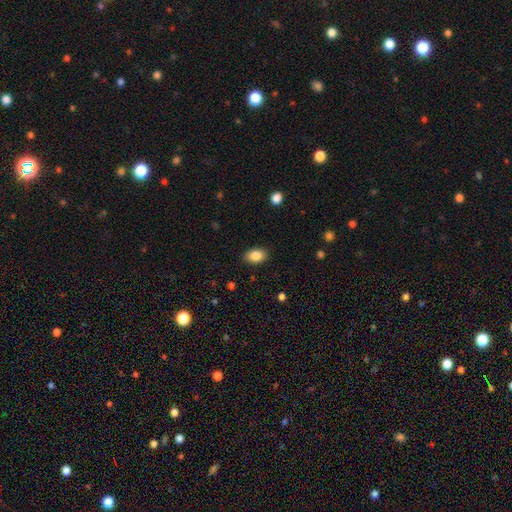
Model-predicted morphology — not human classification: smooth-or-featured: smooth: 87% | star or artifact: 8% | featured or disk: 5%
  how-rounded: in between: 86% | round: 12% | cigar-shaped: 1%
  merging: none: 87% | minor disturbance: 9% | major disturbance: 2% | merger: 1%